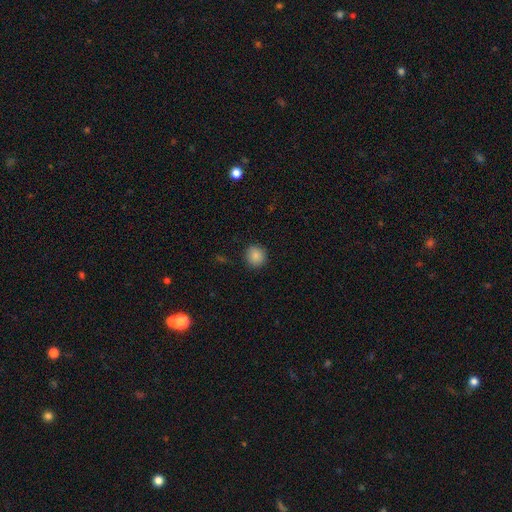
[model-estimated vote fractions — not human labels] Morphology: type=smooth (86%); roundness=round (92%); merging=none (91%).